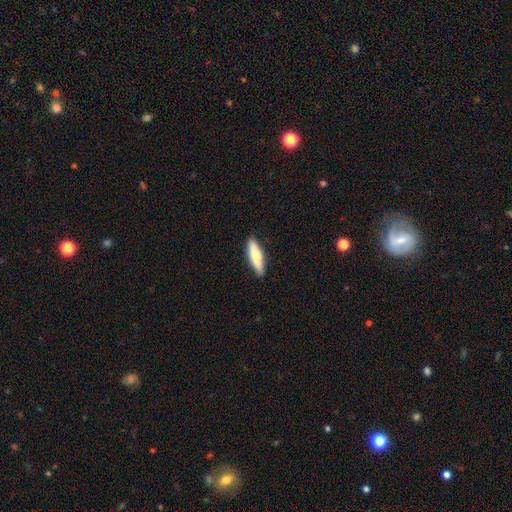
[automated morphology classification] Overall: smooth (77%). How rounded: cigar-shaped (70%). Merging: none (88%).